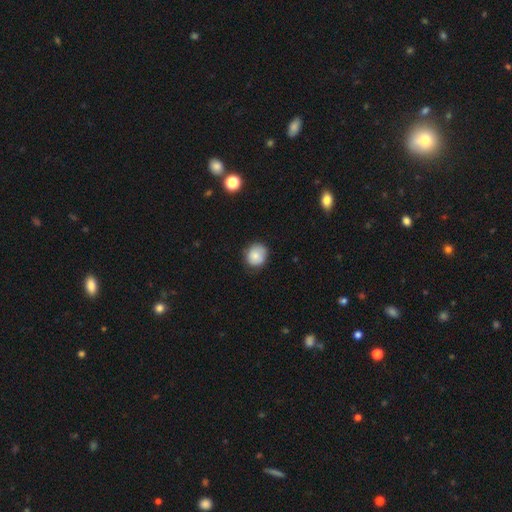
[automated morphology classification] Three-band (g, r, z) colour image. It shows a smooth galaxy with no disk features (80%) that is round (79%). Merging: none (75%).